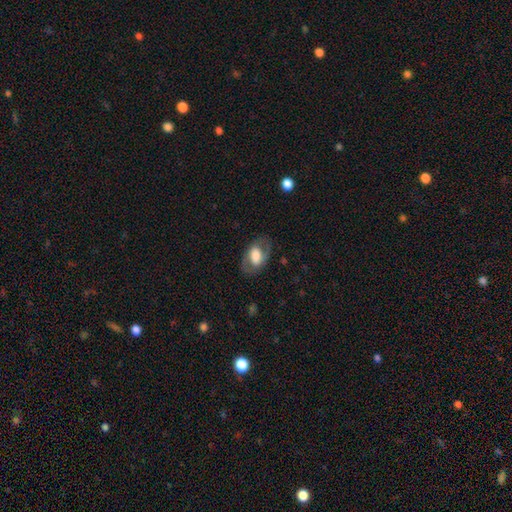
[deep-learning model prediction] A smooth galaxy with no disk features (52%) that is in between round and cigar-shaped (89%).

Vote fractions:
- Smooth or featured? smooth: 52% / featured or disk: 42% / star or artifact: 7%
- How rounded? in between: 89% / round: 9% / cigar-shaped: 2%
- Merging? none: 75% / minor disturbance: 15% / major disturbance: 9% / merger: 1%